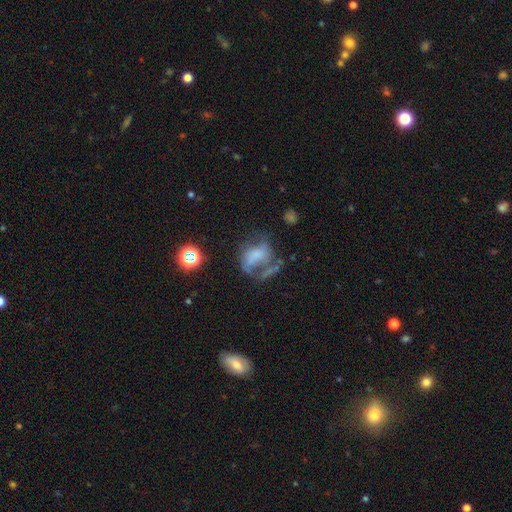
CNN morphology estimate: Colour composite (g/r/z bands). It shows a featured or disk galaxy (54%) with no bar (68%), spiral arms (56%) and no central bulge (50%). Merging: major disturbance (42%).